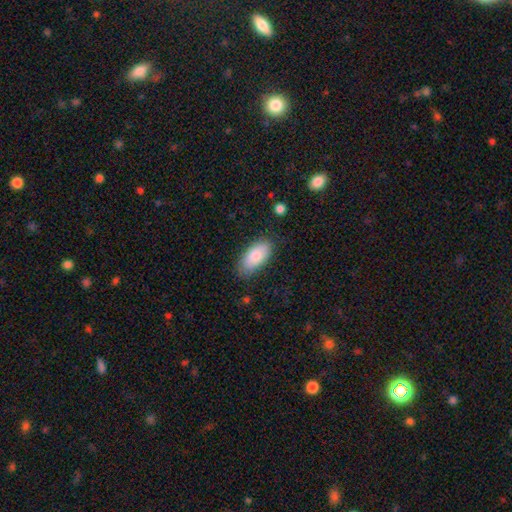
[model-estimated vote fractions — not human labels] This is clearly a smooth galaxy (82%). How rounded: clearly in between (93%). Merging: likely none (78%).